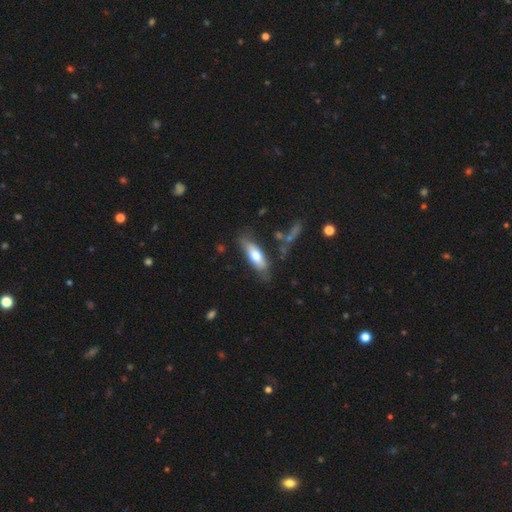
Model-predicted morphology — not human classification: Smooth or featured: smooth — 64% (featured or disk — 31%)
How rounded: in between — 53% (cigar-shaped — 45%)
Merging: none — 71% (minor disturbance — 19%)